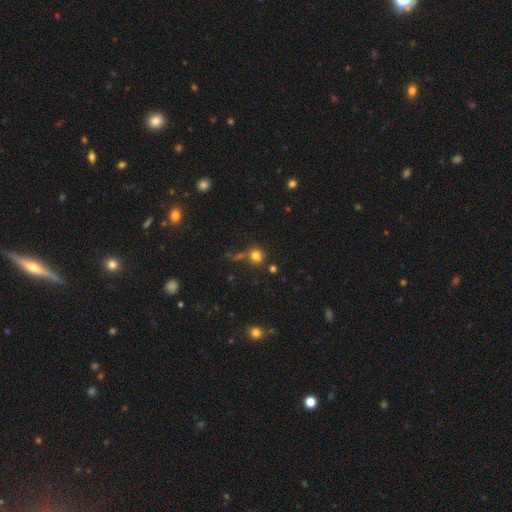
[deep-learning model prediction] Overall: smooth (78%). How rounded: round (86%). Merging: none (66%).